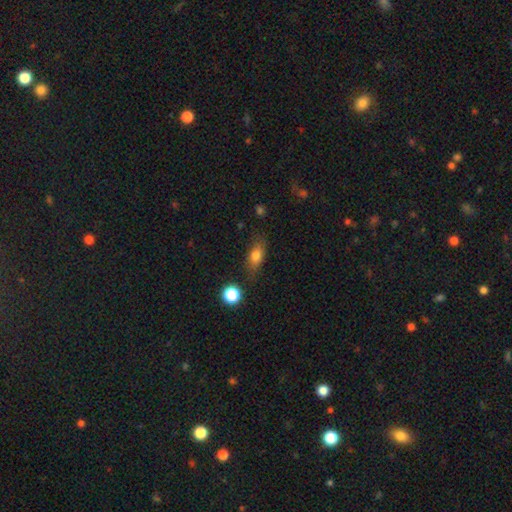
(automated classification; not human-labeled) smooth-or-featured: smooth: 76% | featured or disk: 13% | star or artifact: 11%
  how-rounded: in between: 75% | round: 13% | cigar-shaped: 12%
  merging: none: 76% | minor disturbance: 16% | major disturbance: 5% | merger: 3%